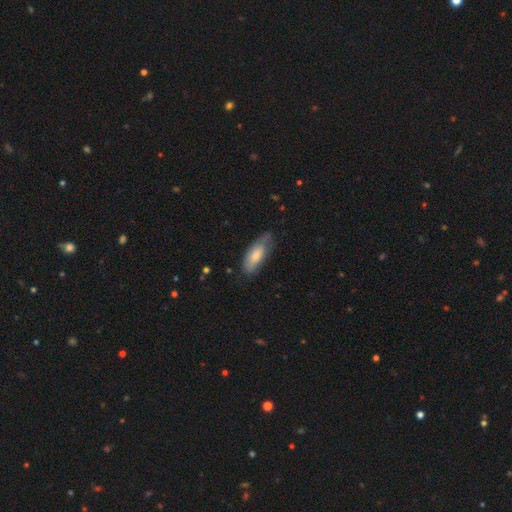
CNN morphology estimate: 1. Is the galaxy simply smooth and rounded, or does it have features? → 72% smooth, 22% featured or disk, 6% star or artifact.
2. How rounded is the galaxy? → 75% in between, 23% cigar-shaped, 2% round.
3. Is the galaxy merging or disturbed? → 58% none, 32% minor disturbance, 8% major disturbance, 2% merger.